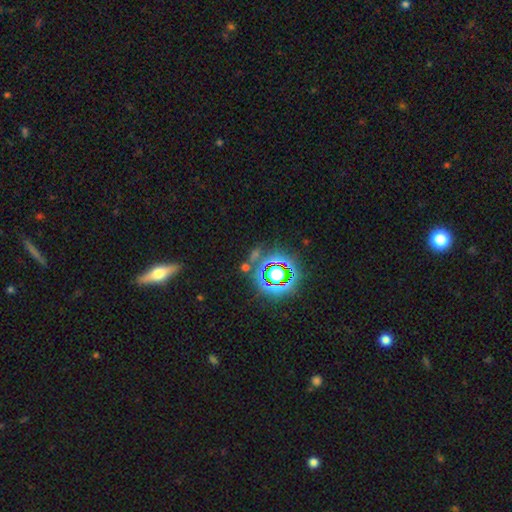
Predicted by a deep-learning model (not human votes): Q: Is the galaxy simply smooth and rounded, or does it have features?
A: star or artifact — 64%.